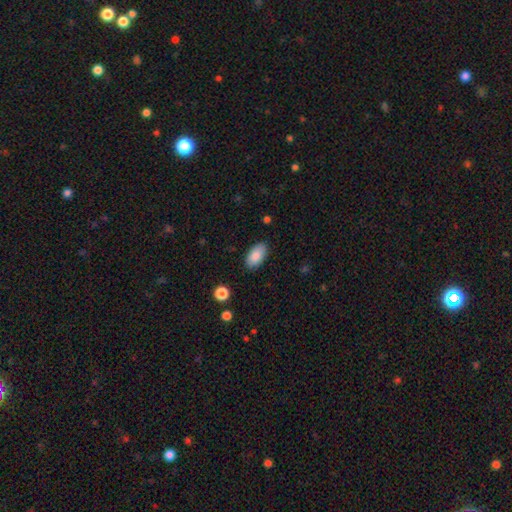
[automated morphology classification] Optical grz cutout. It shows a smooth galaxy with no disk features (86%) that is in between round and cigar-shaped (95%). Merging: none (85%).